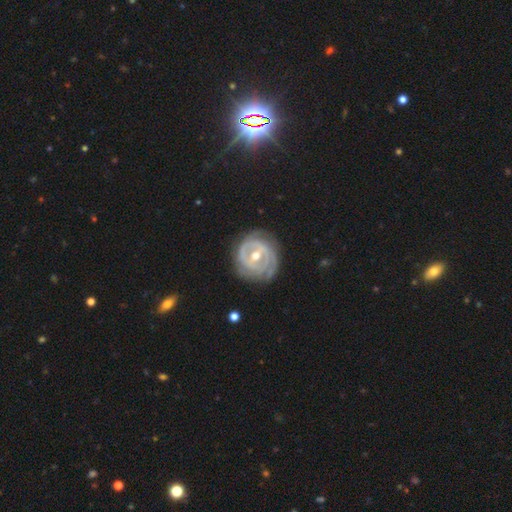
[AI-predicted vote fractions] The model was most divided on "spiral arm count": 2: 39%, can't tell: 26%, 3: 19%, 1: 6%, 4: 5%, more than 4: 4%. Remaining: edge-on disk — no (97%); spiral arms — yes (91%); smooth or featured — featured or disk (87%); spiral winding — tight (77%); merging — none (75%); bulge size — moderate (69%); bar — weak (42%).